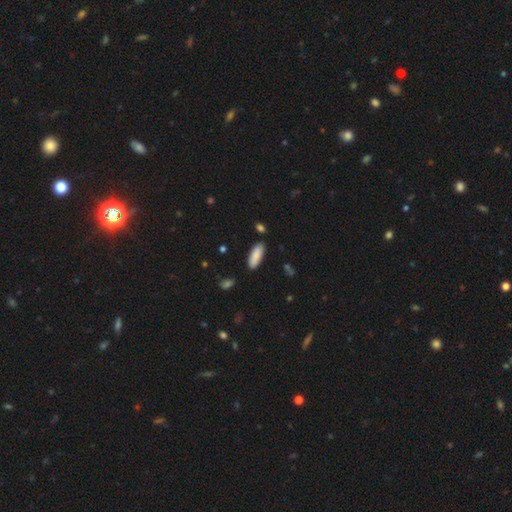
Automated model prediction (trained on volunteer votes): A smooth galaxy with no disk features (88%) that is in between round and cigar-shaped (70%).

Vote fractions:
- Smooth or featured? smooth: 88% / featured or disk: 6% / star or artifact: 6%
- How rounded? in between: 70% / cigar-shaped: 29% / round: 1%
- Merging? none: 86% / minor disturbance: 10% / merger: 2% / major disturbance: 2%